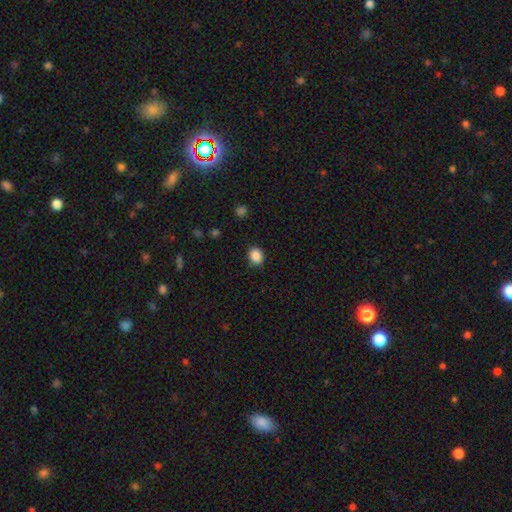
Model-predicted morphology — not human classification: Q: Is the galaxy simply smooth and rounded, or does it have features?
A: smooth — 88%.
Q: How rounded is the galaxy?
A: round — 57%.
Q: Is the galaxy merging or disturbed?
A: none — 86%.